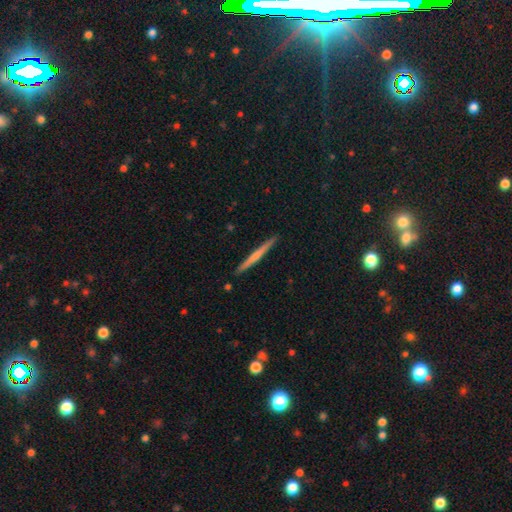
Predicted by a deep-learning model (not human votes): Smooth or featured: featured or disk — 49% (smooth — 46%)
Merging: none — 92% (minor disturbance — 6%)